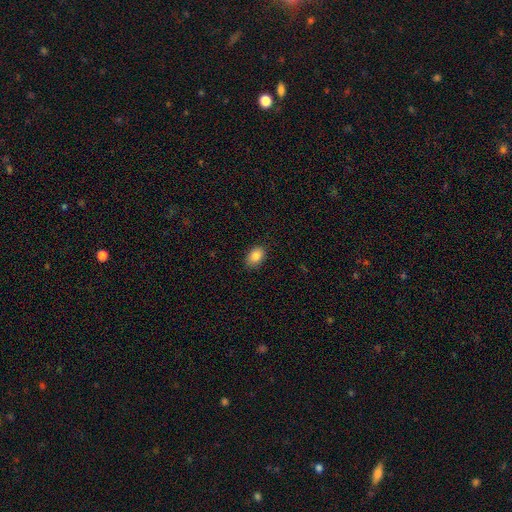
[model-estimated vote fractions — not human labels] Morphology: type=smooth (87%); roundness=in between (83%); merging=none (85%).